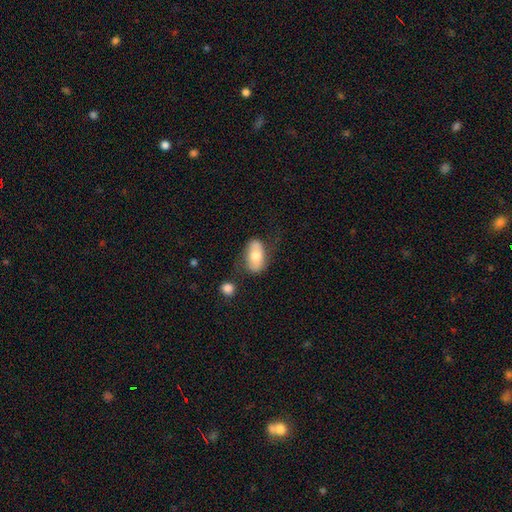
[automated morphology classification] smooth_or_featured: smooth (p=0.67) [alt: featured or disk p=0.27]
how_rounded: in between (p=0.92) [alt: round p=0.06]
merging: none (p=0.63) [alt: minor disturbance p=0.22]